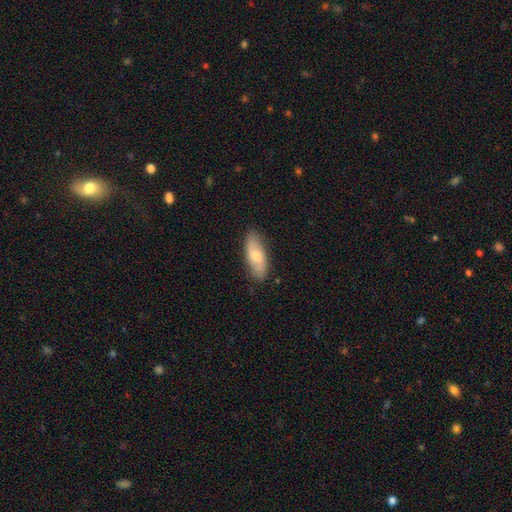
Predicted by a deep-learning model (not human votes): A smooth galaxy with no disk features (62%) that is in between round and cigar-shaped (73%). Merging: none (86%).